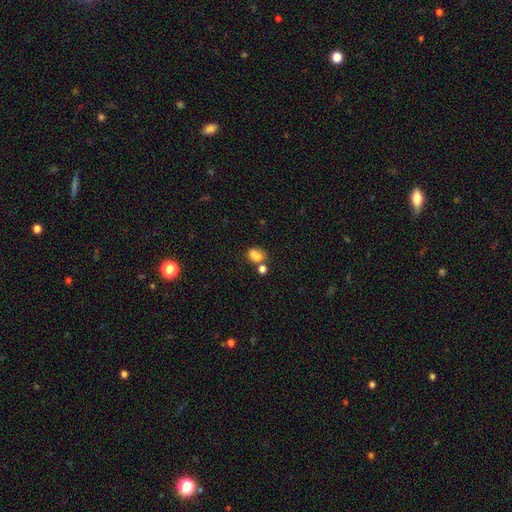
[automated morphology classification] Overall: smooth (78%). How rounded: in between (65%; round 33%). Merging: none (42%; merger 35%).